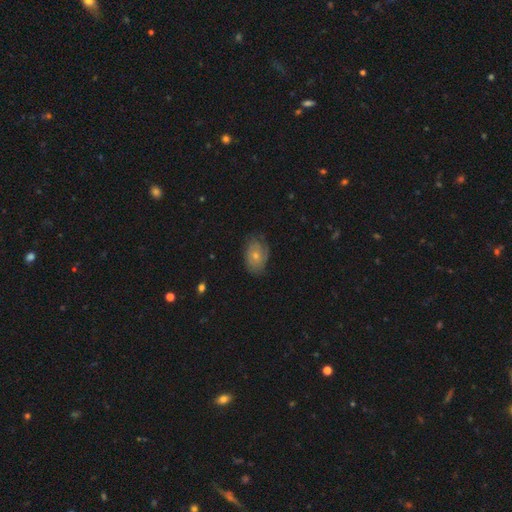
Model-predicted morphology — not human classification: Smooth or featured? Predicted: smooth (p=0.52). How rounded? Predicted: in between (p=0.81). Merging? Predicted: none (p=0.65).